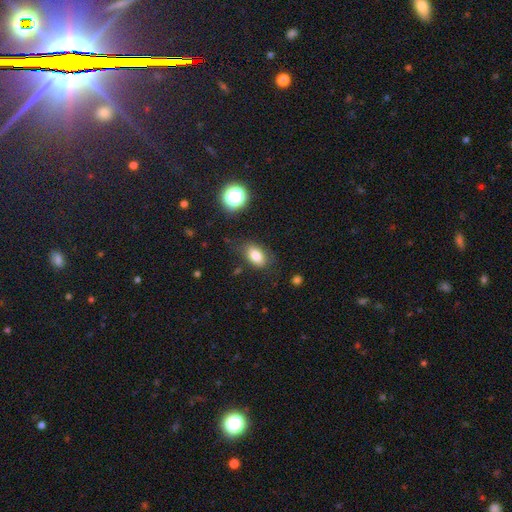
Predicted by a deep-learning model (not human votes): This is clearly a smooth galaxy (81%). How rounded: clearly in between (88%). Merging: likely none (77%).